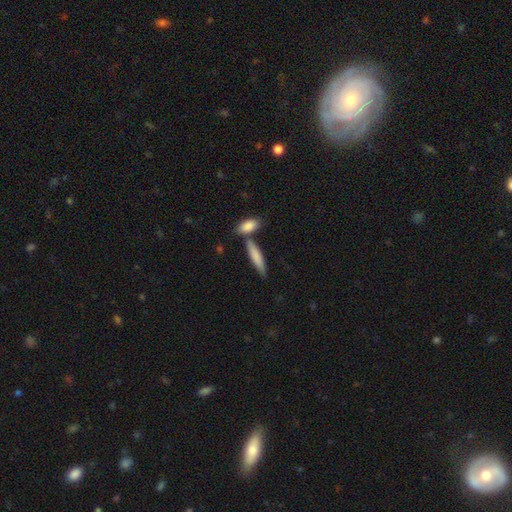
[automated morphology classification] The model was most divided on "merging": none: 62%, merger: 20%, minor disturbance: 14%, major disturbance: 4%. More confident: smooth or featured — smooth (80%); how rounded — cigar-shaped (73%).